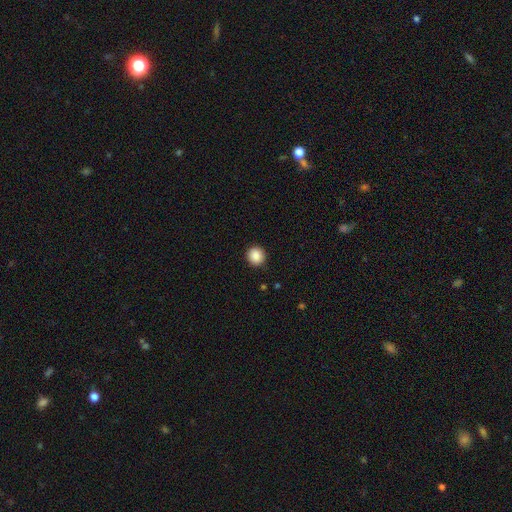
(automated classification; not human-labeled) smooth 88%, star or artifact 9%, featured or disk 3%. Down the decision tree: how rounded — round (92%); merging — none (92%).